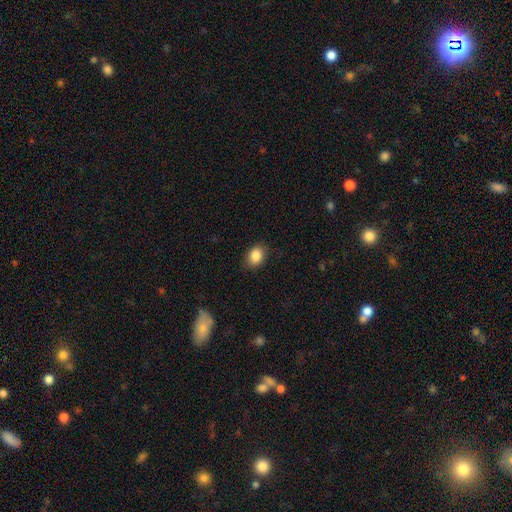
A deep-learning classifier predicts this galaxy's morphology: A smooth galaxy with no disk features (87%) that is in between round and cigar-shaped (66%).

Vote fractions:
- Smooth or featured? smooth: 87% / star or artifact: 8% / featured or disk: 5%
- How rounded? in between: 66% / round: 33% / cigar-shaped: 1%
- Merging? none: 84% / minor disturbance: 12% / major disturbance: 3% / merger: 1%